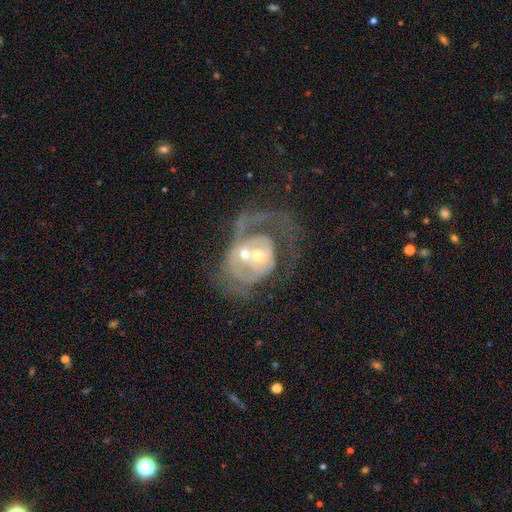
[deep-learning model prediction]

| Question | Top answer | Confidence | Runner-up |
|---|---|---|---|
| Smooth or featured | featured or disk | 74% | smooth (19%) |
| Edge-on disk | no | 97% | yes (3%) |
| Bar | no | 73% | weak (21%) |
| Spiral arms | yes | 59% | no (41%) |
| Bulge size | moderate | 55% | small (37%) |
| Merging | merger | 56% | major disturbance (23%) |